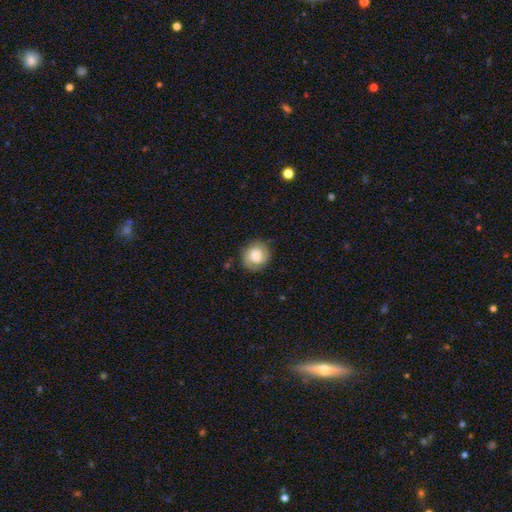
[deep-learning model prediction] Smooth or featured? smooth (66%)
How rounded? round (85%)
Merging? none (78%)